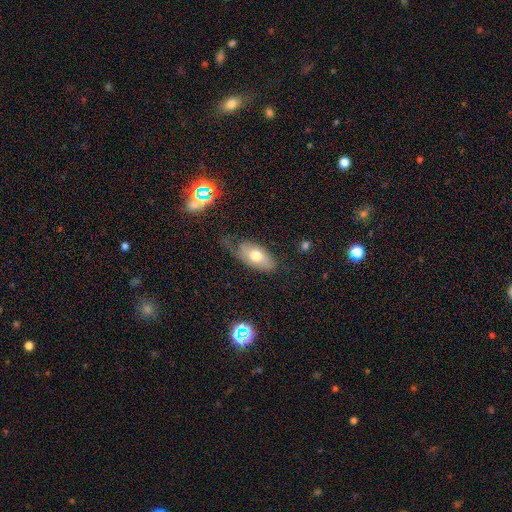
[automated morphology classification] Smooth or featured? smooth (63%)
How rounded? in between (91%)
Merging? none (47%)